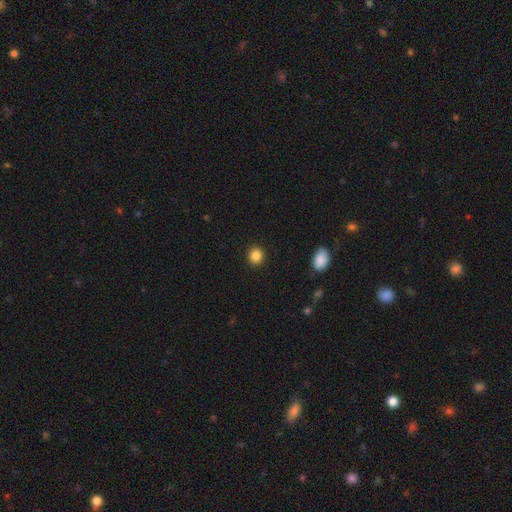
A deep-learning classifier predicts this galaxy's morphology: The model was most divided on "how rounded": round: 86%, in between: 13%, cigar-shaped: 1%. More confident: merging — none (92%); smooth or featured — smooth (86%).